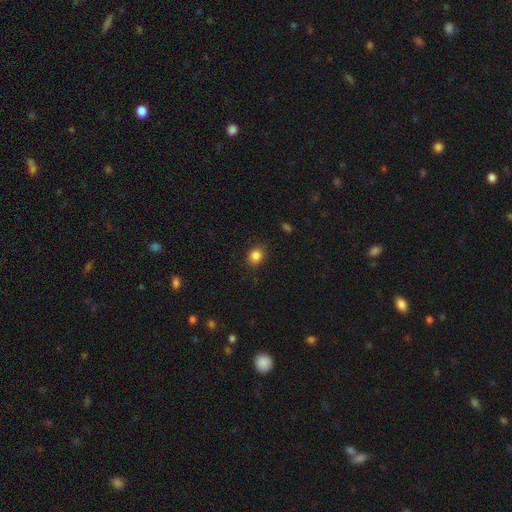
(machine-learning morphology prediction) smooth_or_featured: smooth (p=0.85) [alt: star or artifact p=0.11]
how_rounded: round (p=0.68) [alt: in between p=0.31]
merging: none (p=0.86) [alt: minor disturbance p=0.10]